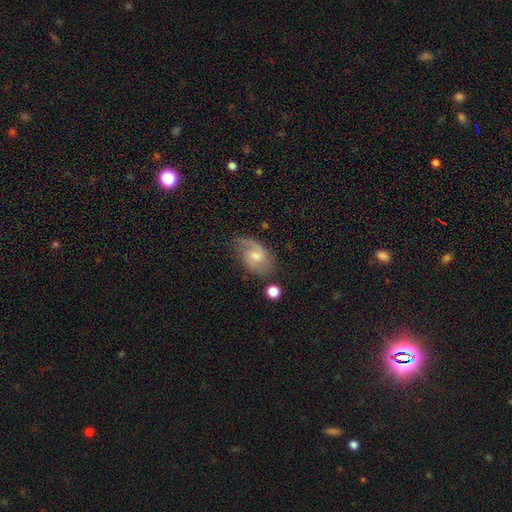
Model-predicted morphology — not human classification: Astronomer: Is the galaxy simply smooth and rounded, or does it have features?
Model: featured or disk — 71%.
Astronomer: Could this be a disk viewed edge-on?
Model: no — 96%.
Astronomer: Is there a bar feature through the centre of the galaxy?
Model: weak — 51% (runner-up: no, 40%).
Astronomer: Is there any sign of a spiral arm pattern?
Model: yes — 92%.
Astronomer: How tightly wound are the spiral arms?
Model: medium — 48% (runner-up: loose, 31%).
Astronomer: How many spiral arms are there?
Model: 2 — 75%.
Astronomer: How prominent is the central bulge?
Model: moderate — 53% (runner-up: small, 37%).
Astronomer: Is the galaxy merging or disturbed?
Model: none — 69%.